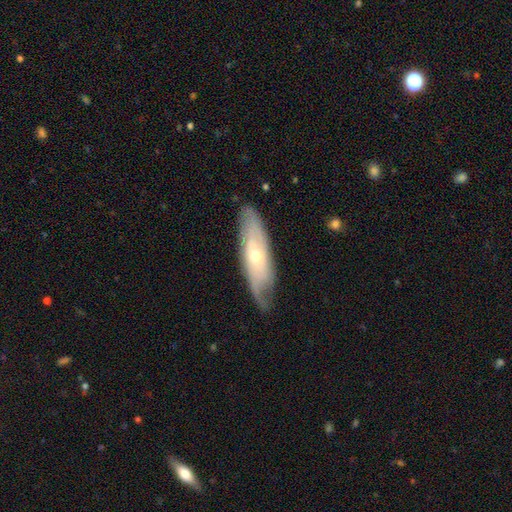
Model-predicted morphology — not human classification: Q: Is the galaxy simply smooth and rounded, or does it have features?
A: featured or disk — 65%.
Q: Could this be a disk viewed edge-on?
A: no — 68%.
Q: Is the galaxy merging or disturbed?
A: none — 74%.